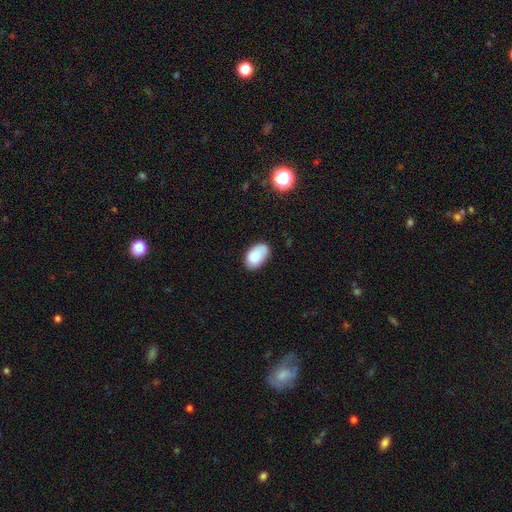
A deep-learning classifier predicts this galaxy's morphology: Overall: smooth (86%). How rounded: in between (93%). Merging: none (72%).